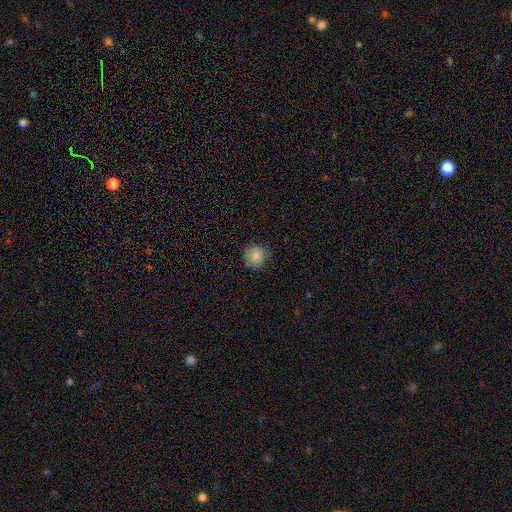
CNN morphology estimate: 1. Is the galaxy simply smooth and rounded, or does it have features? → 84% smooth, 10% star or artifact, 6% featured or disk.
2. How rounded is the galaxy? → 94% round, 5% in between, 1% cigar-shaped.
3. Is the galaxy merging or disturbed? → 86% none, 10% minor disturbance, 2% major disturbance, 1% merger.